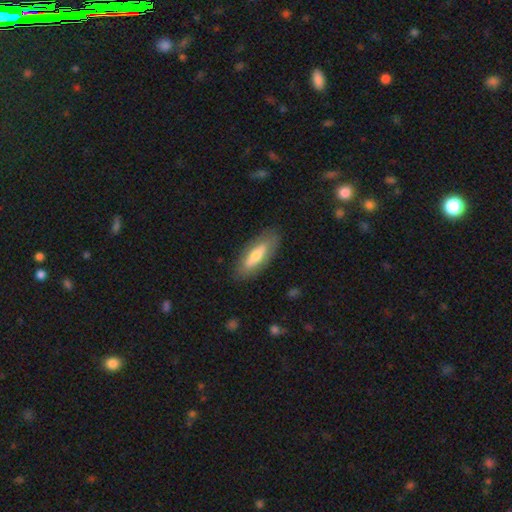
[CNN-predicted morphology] A smooth galaxy with no disk features (58%) that is in between round and cigar-shaped (58%). Merging: none (83%).